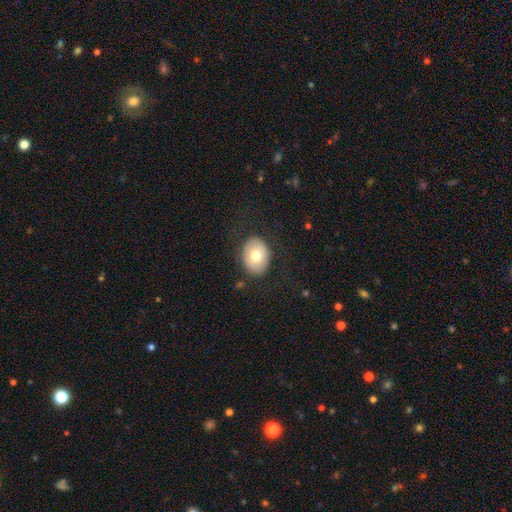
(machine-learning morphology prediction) Smooth or featured: smooth — 71% (featured or disk — 22%)
How rounded: in between — 69% (round — 30%)
Merging: none — 84% (minor disturbance — 11%)